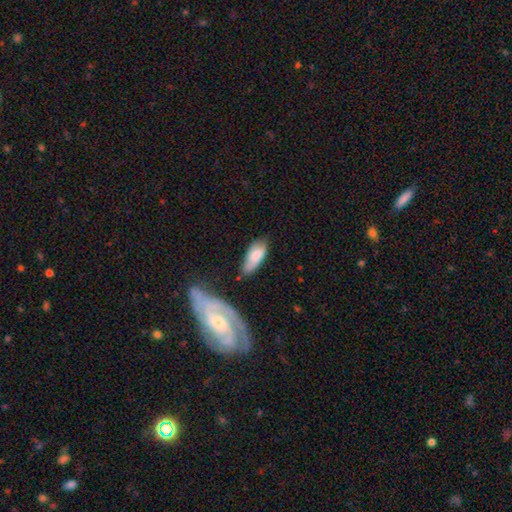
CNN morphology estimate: A smooth galaxy with no disk features (73%) that is in between round and cigar-shaped (80%). Merging: none (55%).